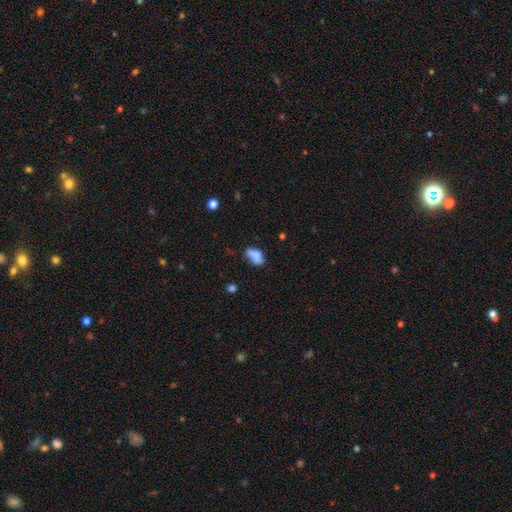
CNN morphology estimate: Q: Smooth or featured?
A: smooth (68%); runner-up: featured or disk (22%)
Q: How rounded?
A: in between (84%); runner-up: round (10%)
Q: Merging?
A: none (41%); runner-up: minor disturbance (29%)